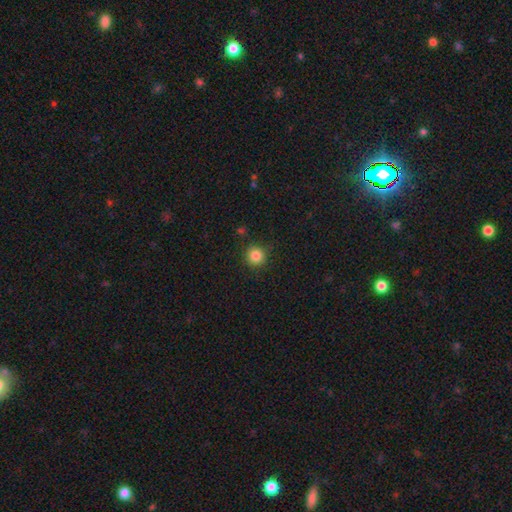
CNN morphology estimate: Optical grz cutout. It shows a smooth galaxy with no disk features (84%) that is round (93%). Merging: none (88%).